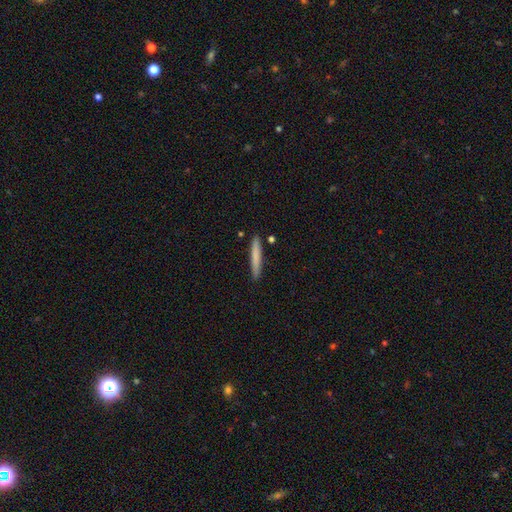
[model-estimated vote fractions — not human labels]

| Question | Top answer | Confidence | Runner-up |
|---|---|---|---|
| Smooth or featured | smooth | 75% | featured or disk (19%) |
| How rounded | cigar-shaped | 96% | in between (3%) |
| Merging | none | 89% | minor disturbance (7%) |